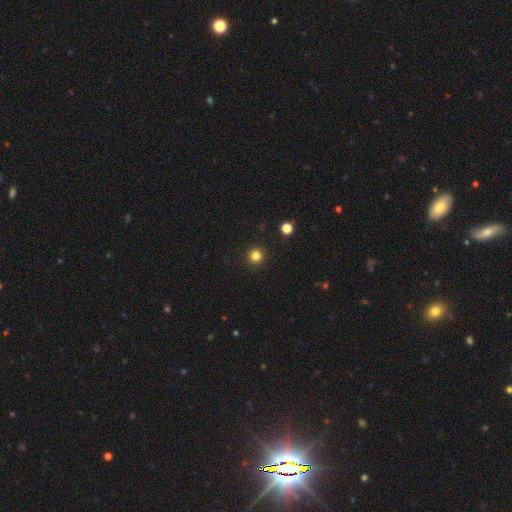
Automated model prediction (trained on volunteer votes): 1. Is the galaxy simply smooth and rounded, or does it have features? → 83% smooth, 13% star or artifact, 4% featured or disk.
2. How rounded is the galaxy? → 94% round, 5% in between, 1% cigar-shaped.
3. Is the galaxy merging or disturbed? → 93% none, 4% minor disturbance, 2% major disturbance, 1% merger.